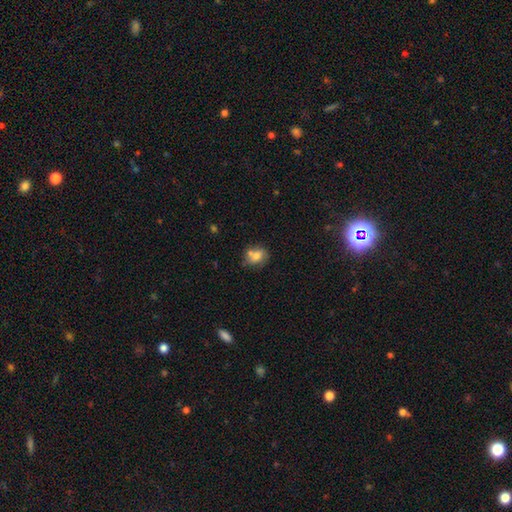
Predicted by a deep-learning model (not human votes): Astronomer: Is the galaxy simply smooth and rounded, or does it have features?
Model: smooth — 71%.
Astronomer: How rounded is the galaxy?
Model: round — 49%, tied with in between at 49%.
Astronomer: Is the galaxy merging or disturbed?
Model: none — 51% (runner-up: merger, 28%).